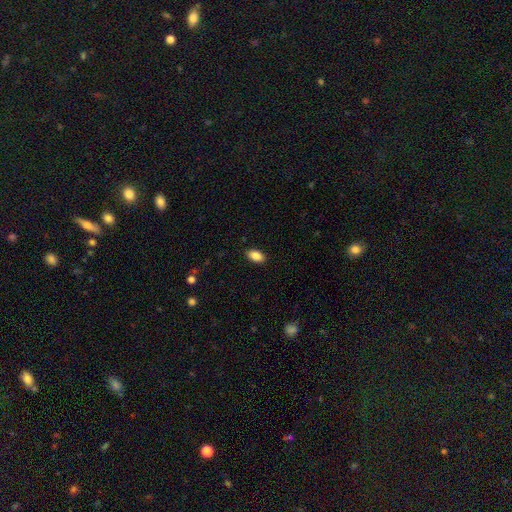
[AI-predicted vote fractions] Smooth or featured? smooth (88%)
How rounded? in between (93%)
Merging? none (89%)